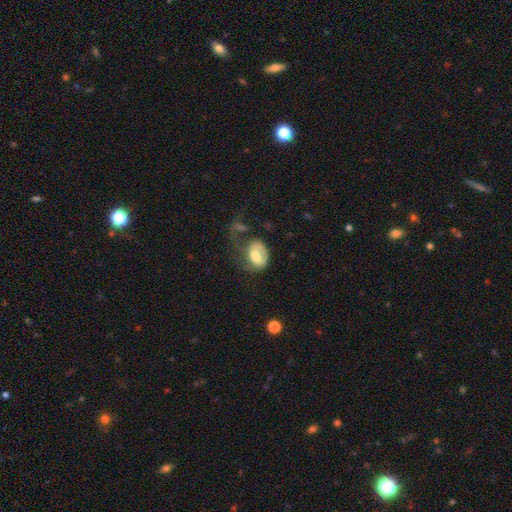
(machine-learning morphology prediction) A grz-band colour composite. It shows a smooth galaxy with no disk features (51%) that is in between round and cigar-shaped (78%). Merging: major disturbance (53%).